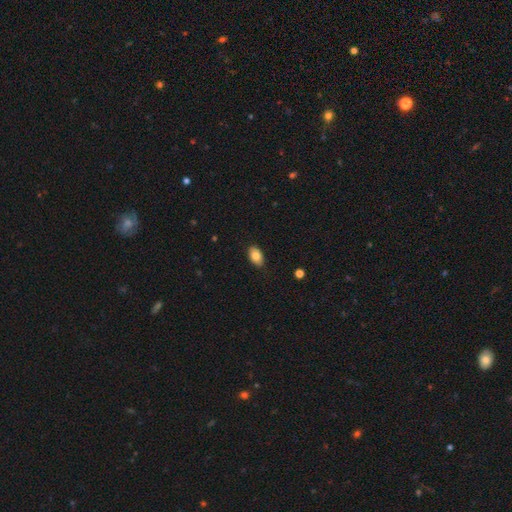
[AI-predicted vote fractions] Smooth or featured? smooth (83%)
How rounded? in between (92%)
Merging? none (85%)